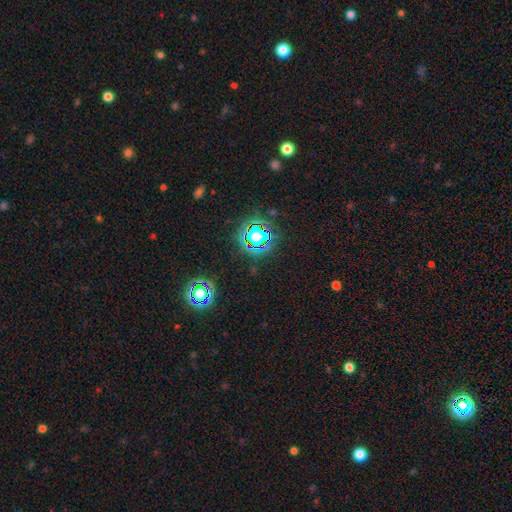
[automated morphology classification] Overall: star or artifact (81%).